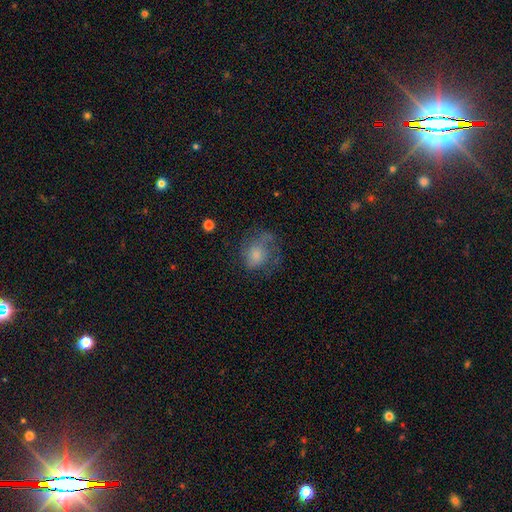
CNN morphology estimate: A smooth galaxy with no disk features (51%) that is in between round and cigar-shaped (49%, tied with round). Merging: none (48%).